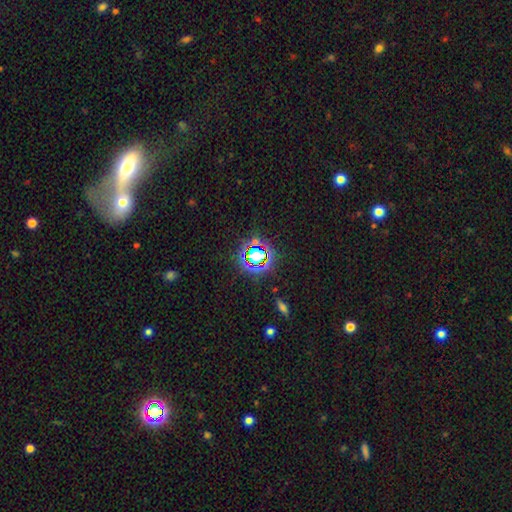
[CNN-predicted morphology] star or artifact 71%, smooth 17%, featured or disk 12%.